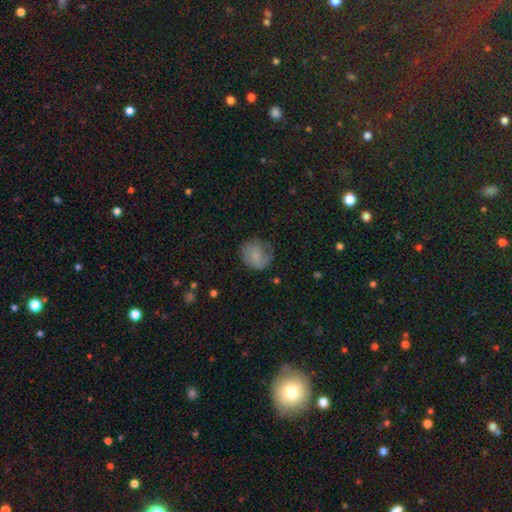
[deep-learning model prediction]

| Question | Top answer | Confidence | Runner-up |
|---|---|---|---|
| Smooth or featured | smooth | 64% | featured or disk (27%) |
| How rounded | round | 73% | in between (26%) |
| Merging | none | 59% | minor disturbance (26%) |